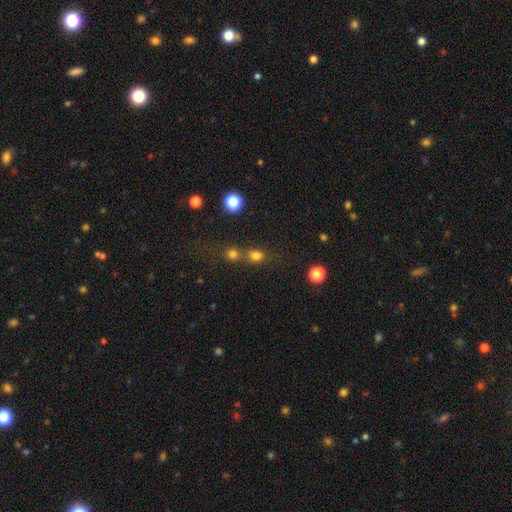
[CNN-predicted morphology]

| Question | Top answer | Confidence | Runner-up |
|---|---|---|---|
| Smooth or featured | smooth | 75% | star or artifact (17%) |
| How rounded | round | 63% | in between (35%) |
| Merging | none | 45% | merger (41%) |